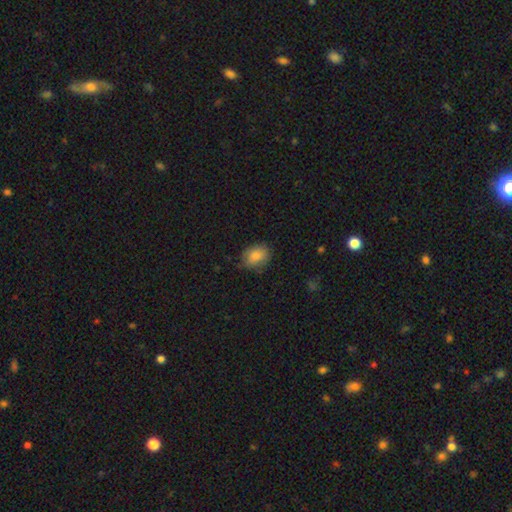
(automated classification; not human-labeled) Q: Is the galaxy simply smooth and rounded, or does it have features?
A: smooth — 83%.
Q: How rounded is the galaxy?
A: in between — 62%.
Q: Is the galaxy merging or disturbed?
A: none — 73%.